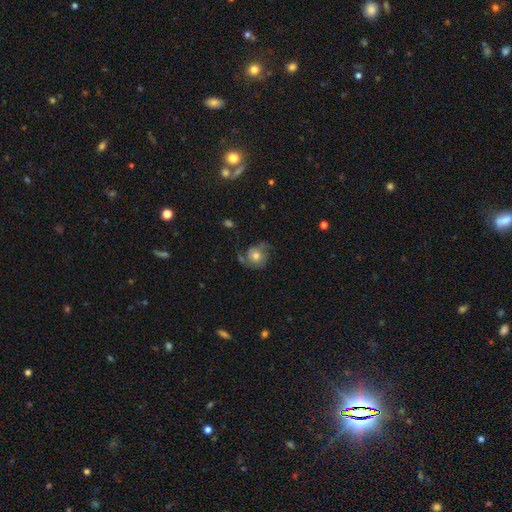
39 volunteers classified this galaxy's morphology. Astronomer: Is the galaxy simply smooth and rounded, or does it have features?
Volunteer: featured or disk — 59%.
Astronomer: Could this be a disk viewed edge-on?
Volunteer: no — 100%.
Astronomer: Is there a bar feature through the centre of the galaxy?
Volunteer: no — 70%.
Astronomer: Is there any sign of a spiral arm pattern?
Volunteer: yes — 96%.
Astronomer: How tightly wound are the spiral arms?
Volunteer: medium — 55% (runner-up: loose, 41%).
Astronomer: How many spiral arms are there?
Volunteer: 2 — 86%.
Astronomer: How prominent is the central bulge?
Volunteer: moderate — 70%.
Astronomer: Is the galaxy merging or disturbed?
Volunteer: none — 69%.